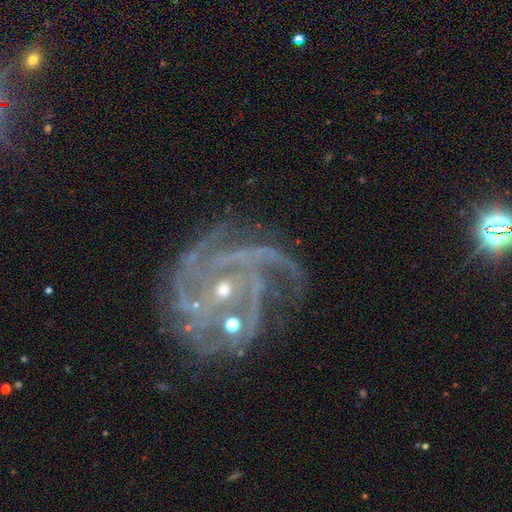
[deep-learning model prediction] smooth_or_featured: featured or disk (p=0.88) [alt: star or artifact p=0.08]
disk_edge_on: no (p=0.98) [alt: yes p=0.02]
bar: no (p=0.59) [alt: weak p=0.29]
has_spiral_arms: yes (p=0.97) [alt: no p=0.03]
spiral_winding: tight (p=0.52) [alt: medium p=0.38]
spiral_arm_count: 4 (p=0.28) [alt: 3 p=0.26]
bulge_size: small (p=0.77) [alt: moderate p=0.18]
merging: none (p=0.53) [alt: minor disturbance p=0.21]